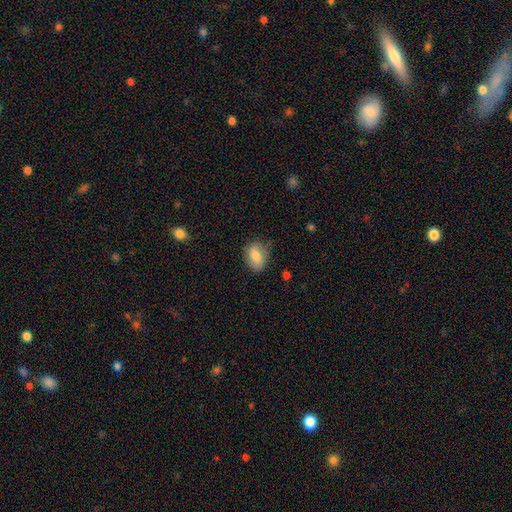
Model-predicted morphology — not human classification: The model was most divided on "how rounded": in between: 73%, round: 25%, cigar-shaped: 2%. More confident: smooth or featured — smooth (80%); merging — none (74%).